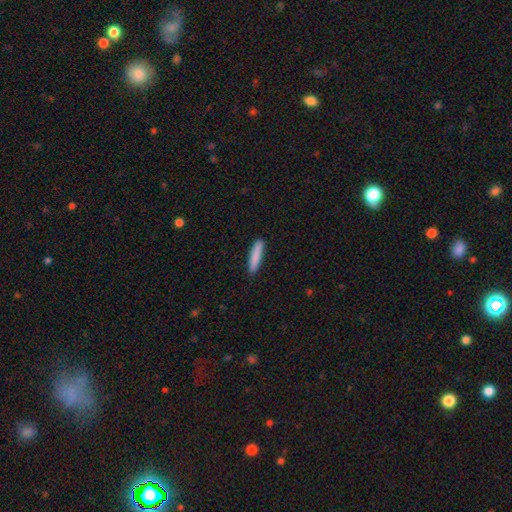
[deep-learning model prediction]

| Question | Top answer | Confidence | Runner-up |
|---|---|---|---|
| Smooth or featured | smooth | 85% | featured or disk (9%) |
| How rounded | cigar-shaped | 89% | in between (10%) |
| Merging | none | 90% | minor disturbance (7%) |